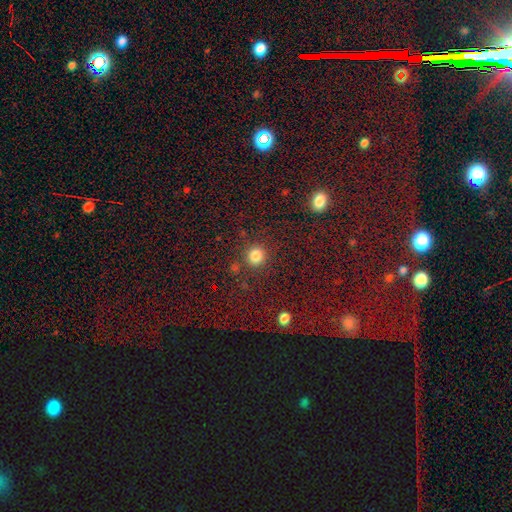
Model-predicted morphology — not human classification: A smooth galaxy with no disk features (81%) that is round (89%). Merging: none (83%).